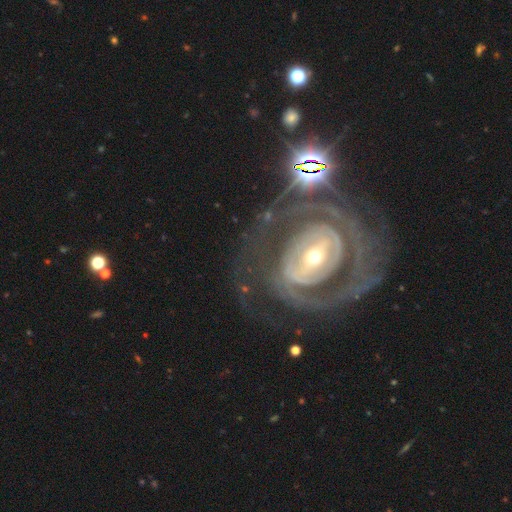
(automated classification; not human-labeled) A featured or disk galaxy (85%) with a strong bar (40%), 2 (35%) tight (65%) spiral arms (80%) and a small central bulge (52%).

Vote fractions:
- Smooth or featured? featured or disk: 85% / smooth: 8% / star or artifact: 7%
- Edge-on disk? no: 96% / yes: 4%
- Bar? strong: 40% / weak: 33% / no: 27%
- Spiral arms? yes: 80% / no: 20%
- Spiral winding? tight: 65% / medium: 25% / loose: 9%
- Spiral arm count? 2: 35% / can't tell: 34% / 3: 12% / 1: 7% / 4: 7% / more than 4: 6%
- Bulge size? small: 52% / moderate: 41% / large: 4% / dominant: 1% / none: 1%
- Merging? none: 63% / major disturbance: 18% / minor disturbance: 15% / merger: 4%